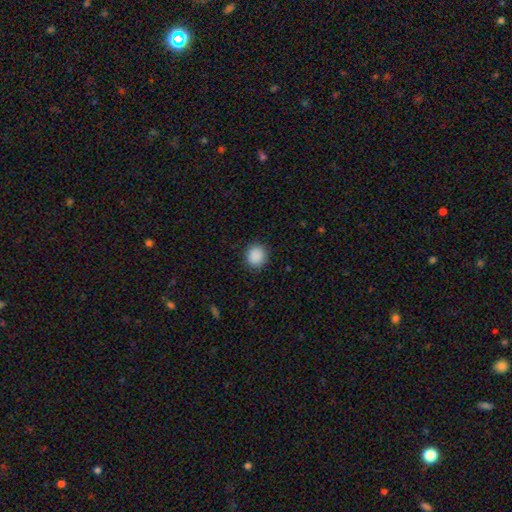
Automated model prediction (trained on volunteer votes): A smooth galaxy with no disk features (89%) that is round (89%).

Vote fractions:
- Smooth or featured? smooth: 89% / star or artifact: 8% / featured or disk: 2%
- How rounded? round: 89% / in between: 10% / cigar-shaped: 1%
- Merging? none: 91% / minor disturbance: 6% / major disturbance: 2% / merger: 1%